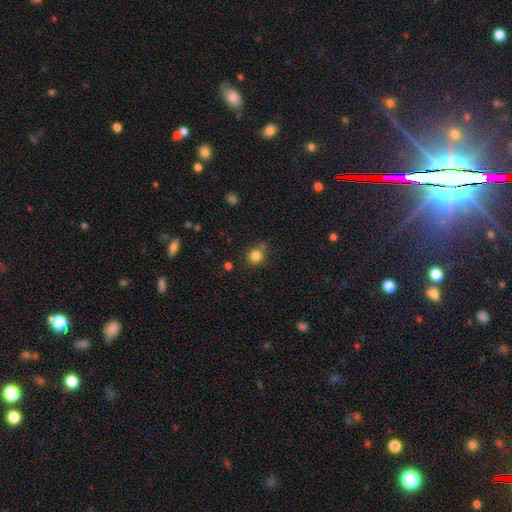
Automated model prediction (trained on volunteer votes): The model was most divided on "merging": none: 69%, merger: 14%, minor disturbance: 13%, major disturbance: 4%. More confident: how rounded — round (87%); smooth or featured — smooth (83%).